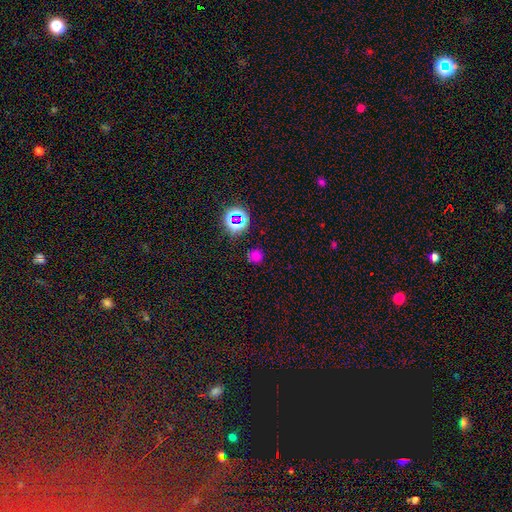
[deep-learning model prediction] Morphology: type=smooth (62%); roundness=round (90%); merging=none (82%).